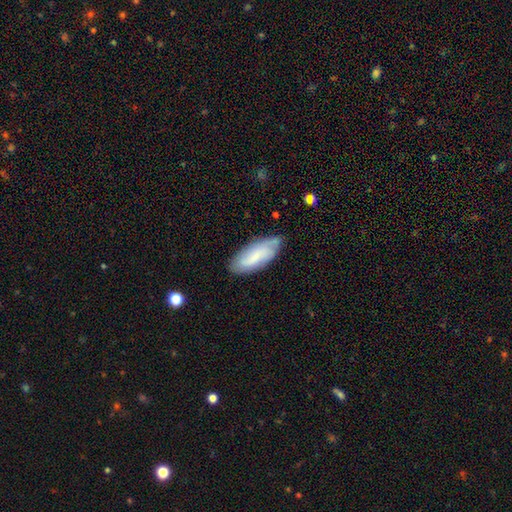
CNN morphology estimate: Smooth or featured? smooth (57%)
How rounded? in between (76%)
Merging? none (73%)